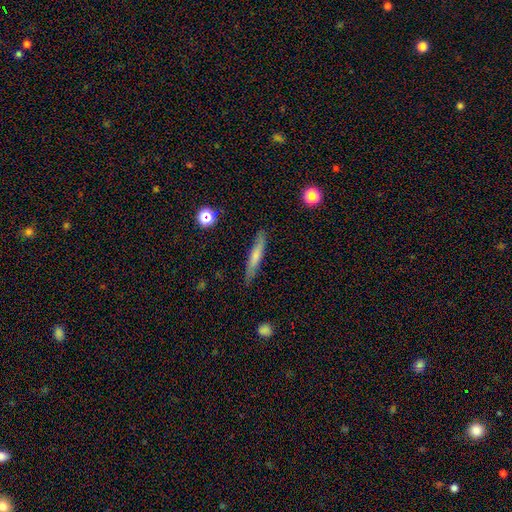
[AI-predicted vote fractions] This is likely a smooth galaxy (61%). How rounded: clearly cigar-shaped (91%). Merging: clearly none (84%).